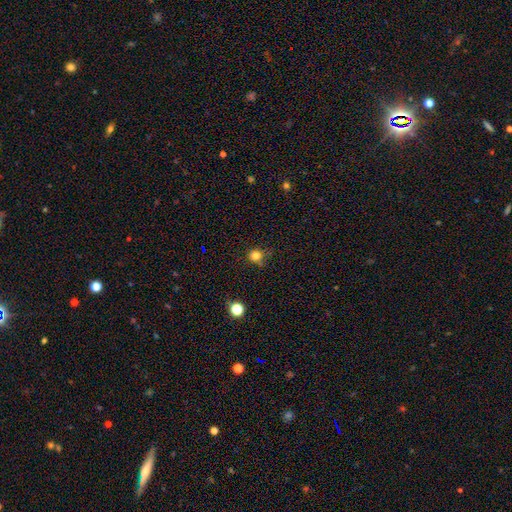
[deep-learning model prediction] Smooth or featured? Predicted: smooth (p=0.81). How rounded? Predicted: round (p=0.89). Merging? Predicted: none (p=0.75).